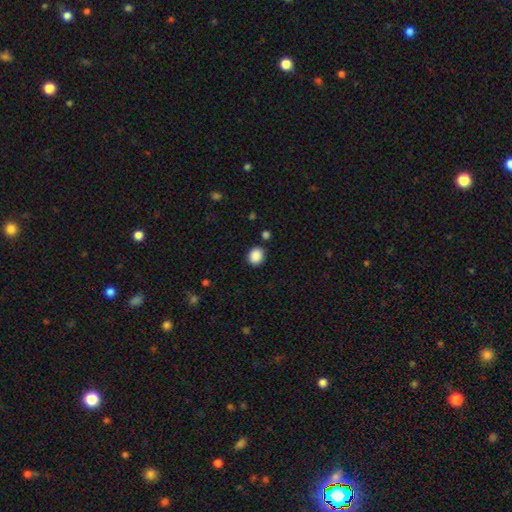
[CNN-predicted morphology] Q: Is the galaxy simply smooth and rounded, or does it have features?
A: smooth — 88%.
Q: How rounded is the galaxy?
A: round — 70%.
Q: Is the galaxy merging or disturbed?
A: none — 85%.